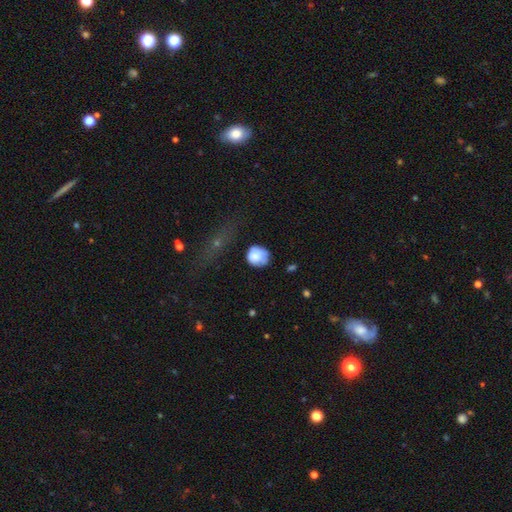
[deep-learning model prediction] Q: Smooth or featured?
A: smooth (76%); runner-up: featured or disk (16%)
Q: How rounded?
A: round (81%); runner-up: in between (18%)
Q: Merging?
A: none (49%); runner-up: minor disturbance (31%)